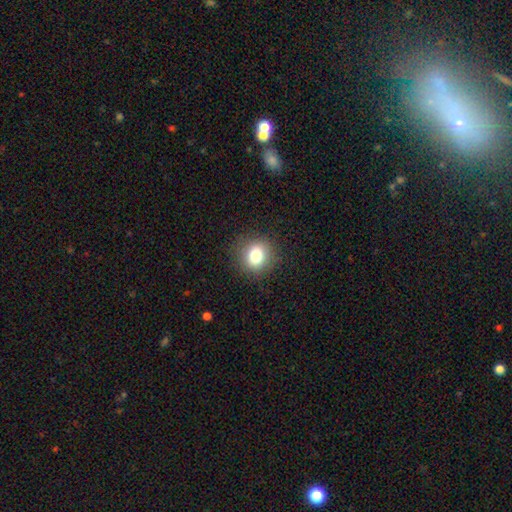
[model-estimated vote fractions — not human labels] smooth-or-featured: smooth: 80% | star or artifact: 12% | featured or disk: 9%
  how-rounded: round: 83% | in between: 16% | cigar-shaped: 1%
  merging: none: 88% | minor disturbance: 8% | major disturbance: 3% | merger: 1%